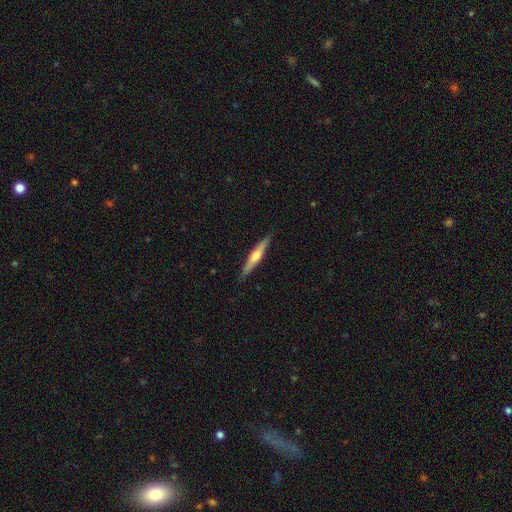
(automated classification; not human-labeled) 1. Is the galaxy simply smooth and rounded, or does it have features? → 60% featured or disk, 35% smooth, 5% star or artifact.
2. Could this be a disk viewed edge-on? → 97% yes, 3% no.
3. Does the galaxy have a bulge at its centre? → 86% rounded, 7% none, 7% boxy.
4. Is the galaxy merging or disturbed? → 89% none, 8% minor disturbance, 2% major disturbance, 1% merger.